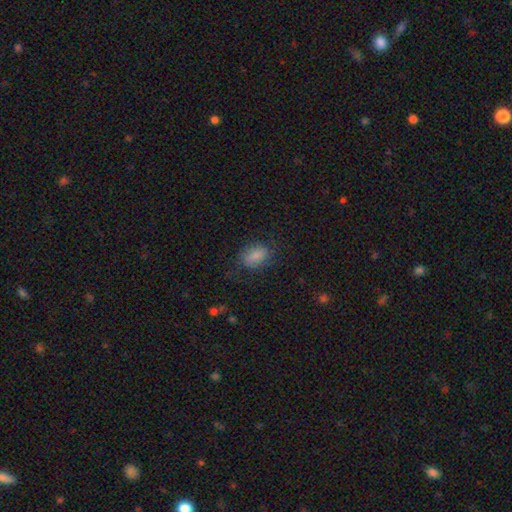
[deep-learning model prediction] smooth_or_featured: smooth (p=0.80) [alt: featured or disk p=0.11]
how_rounded: in between (p=0.83) [alt: round p=0.15]
merging: none (p=0.67) [alt: minor disturbance p=0.21]